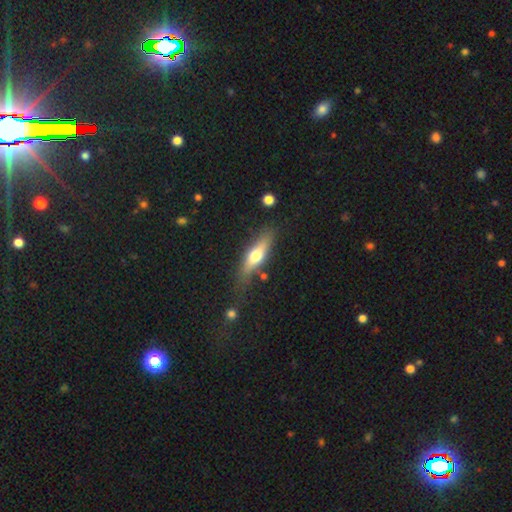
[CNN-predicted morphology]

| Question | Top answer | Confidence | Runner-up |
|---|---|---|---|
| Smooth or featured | smooth | 47% | tied: featured or disk (47%) |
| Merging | none | 74% | minor disturbance (17%) |